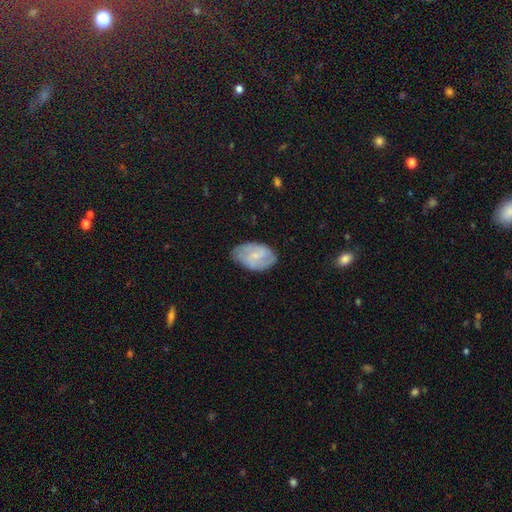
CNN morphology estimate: Smooth or featured? featured or disk (56%)
Edge-on disk? no (96%)
Bar? weak (47%)
Spiral arms? yes (81%)
Bulge size? small (69%)
Merging? none (73%)